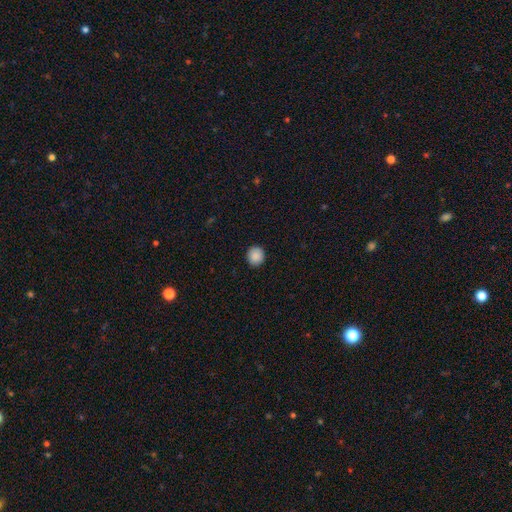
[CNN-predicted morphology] smooth_or_featured: smooth (p=0.89) [alt: star or artifact p=0.08]
how_rounded: round (p=0.90) [alt: in between p=0.09]
merging: none (p=0.92) [alt: minor disturbance p=0.06]